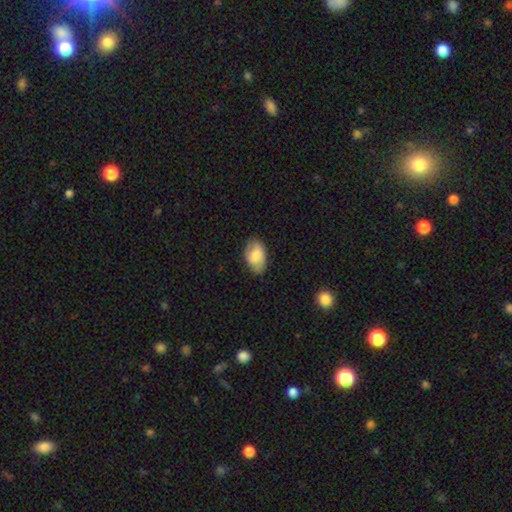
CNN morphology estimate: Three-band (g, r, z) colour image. It shows a smooth galaxy with no disk features (78%) that is in between round and cigar-shaped (92%). Merging: none (76%).